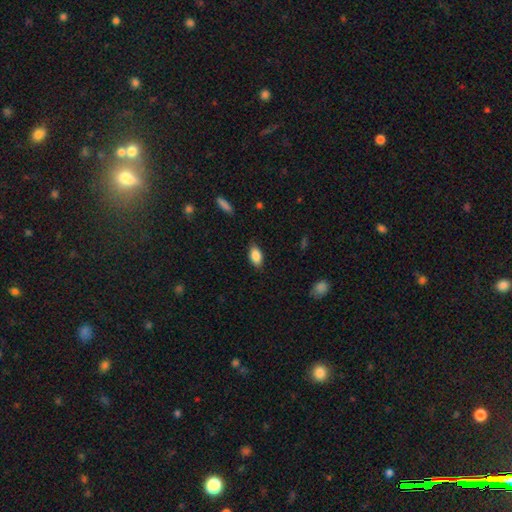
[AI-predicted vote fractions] Smooth or featured: smooth — 87% (star or artifact — 7%)
How rounded: in between — 91% (round — 5%)
Merging: none — 83% (minor disturbance — 14%)